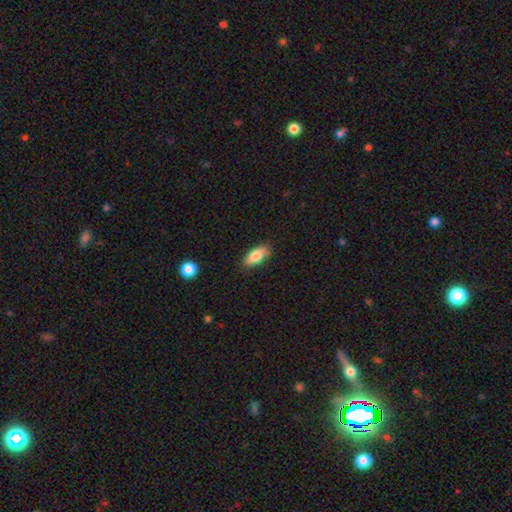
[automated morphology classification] Overall: smooth (82%). How rounded: in between (83%). Merging: none (84%).